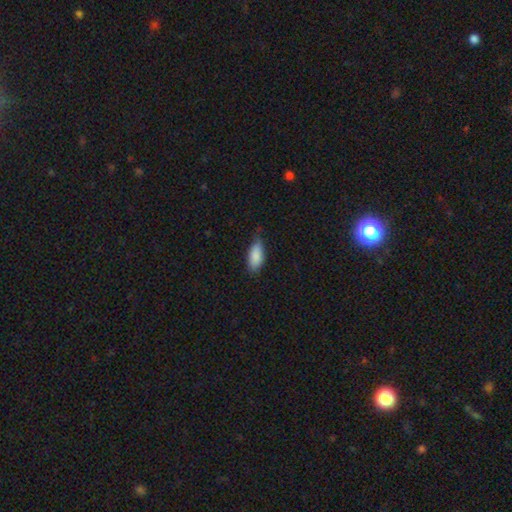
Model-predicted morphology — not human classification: This appears to be a smooth galaxy with no disk features (87%) that is in between round and cigar-shaped (84%). Merging: none (65%).